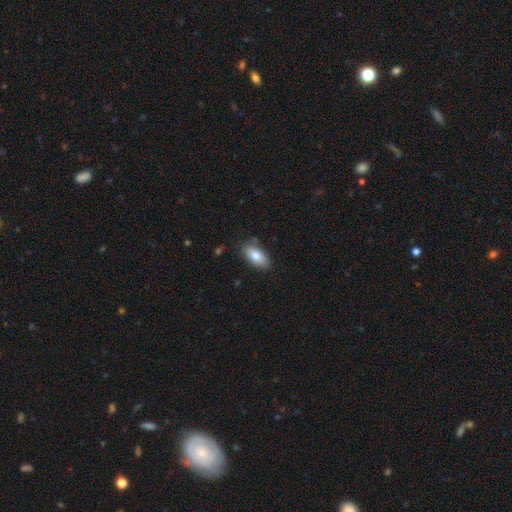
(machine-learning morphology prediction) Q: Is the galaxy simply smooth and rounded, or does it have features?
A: smooth — 81%.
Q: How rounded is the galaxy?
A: in between — 91%.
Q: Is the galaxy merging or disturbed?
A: none — 81%.